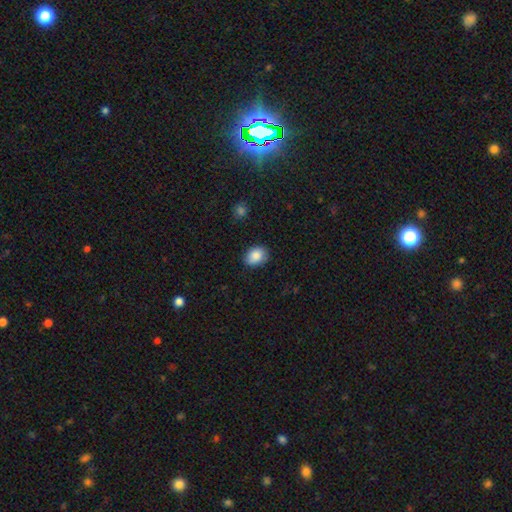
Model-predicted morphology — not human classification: This appears to be a smooth galaxy with no disk features (86%) that is in between round and cigar-shaped (64%). Merging: none (78%).